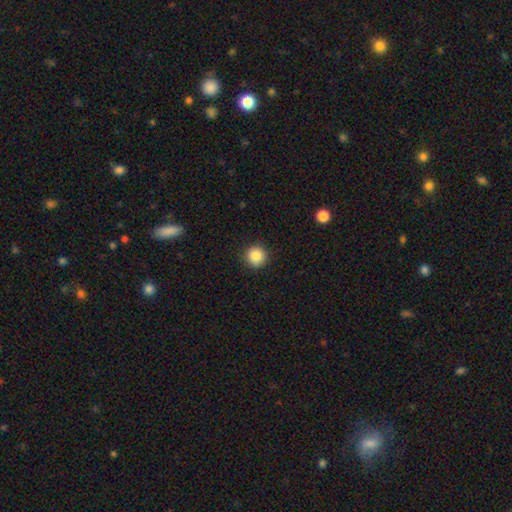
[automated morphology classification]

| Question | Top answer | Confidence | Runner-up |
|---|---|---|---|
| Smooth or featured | smooth | 87% | star or artifact (9%) |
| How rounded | round | 95% | in between (4%) |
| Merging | none | 91% | minor disturbance (6%) |